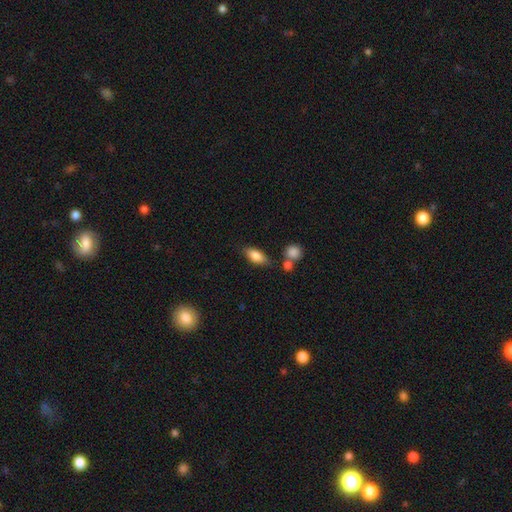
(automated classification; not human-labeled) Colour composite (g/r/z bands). It shows a smooth galaxy with no disk features (81%) that is in between round and cigar-shaped (84%). Merging: none (71%).